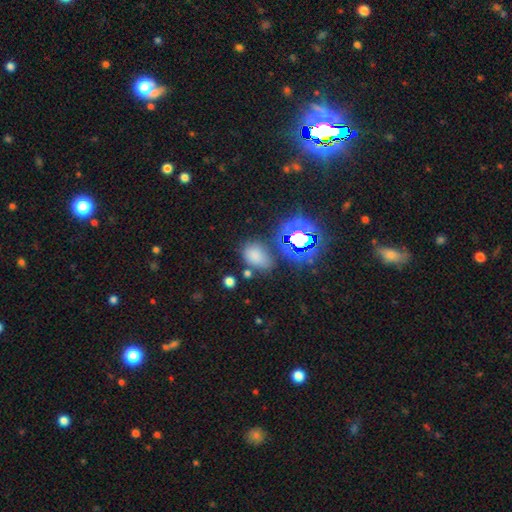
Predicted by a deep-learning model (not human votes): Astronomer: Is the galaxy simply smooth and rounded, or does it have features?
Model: smooth — 67%.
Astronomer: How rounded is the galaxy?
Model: in between — 75%.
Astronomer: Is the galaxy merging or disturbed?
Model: none — 63%.